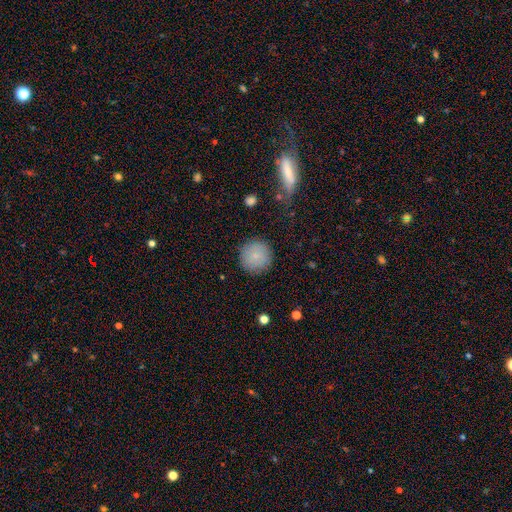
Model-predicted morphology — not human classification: Overall: smooth (84%). How rounded: round (96%). Merging: none (89%).